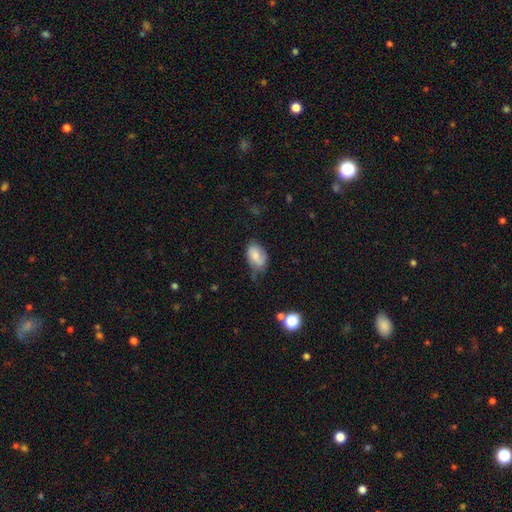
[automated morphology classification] smooth-or-featured: smooth: 67% | featured or disk: 25% | star or artifact: 8%
  how-rounded: in between: 88% | round: 10% | cigar-shaped: 1%
  merging: none: 50% | minor disturbance: 36% | major disturbance: 11% | merger: 2%